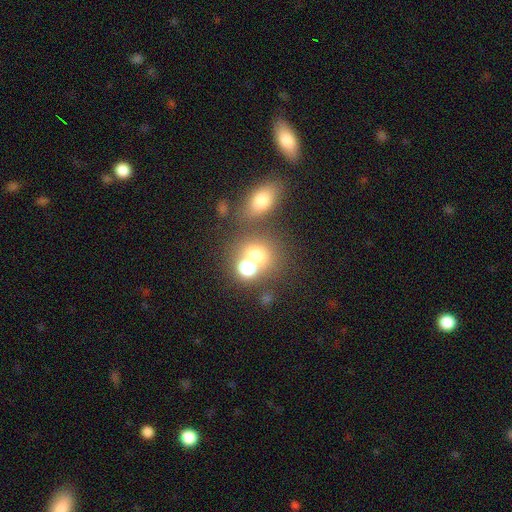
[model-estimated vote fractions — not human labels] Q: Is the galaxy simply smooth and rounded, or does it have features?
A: smooth — 67%.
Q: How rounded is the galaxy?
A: round — 68%.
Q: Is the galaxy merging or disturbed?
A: none — 46%.